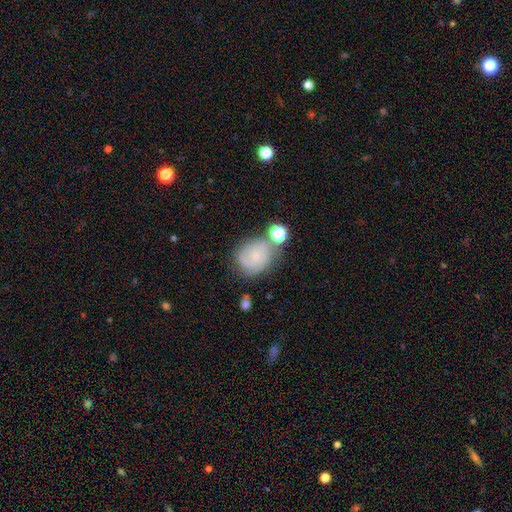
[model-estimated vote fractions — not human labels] Q: Smooth or featured?
A: featured or disk (61%); runner-up: smooth (27%)
Q: Edge-on disk?
A: no (97%); runner-up: yes (3%)
Q: Bar?
A: no (71%); runner-up: weak (24%)
Q: Spiral arms?
A: yes (88%); runner-up: no (12%)
Q: Spiral winding?
A: tight (60%); runner-up: medium (30%)
Q: Spiral arm count?
A: 2 (49%); runner-up: can't tell (27%)
Q: Bulge size?
A: small (69%); runner-up: moderate (20%)
Q: Merging?
A: none (64%); runner-up: minor disturbance (18%)